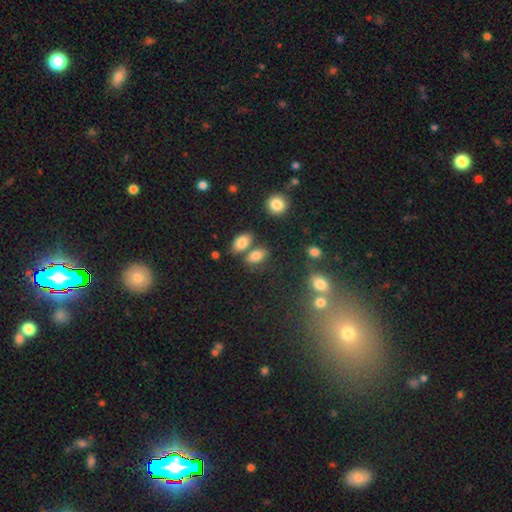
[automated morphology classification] A smooth galaxy with no disk features (80%) that is in between round and cigar-shaped (89%).

Vote fractions:
- Smooth or featured? smooth: 80% / star or artifact: 10% / featured or disk: 9%
- How rounded? in between: 89% / round: 7% / cigar-shaped: 4%
- Merging? none: 63% / merger: 21% / minor disturbance: 12% / major disturbance: 4%